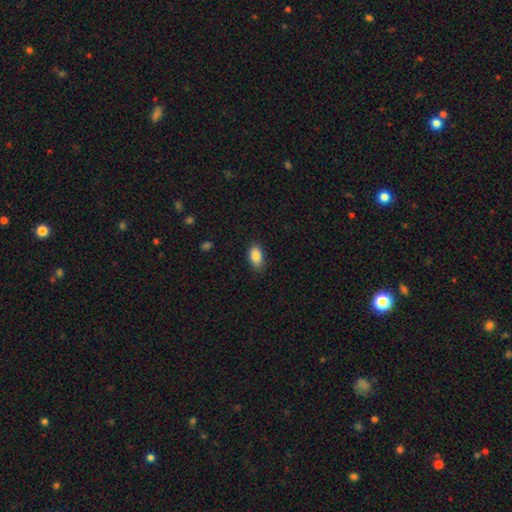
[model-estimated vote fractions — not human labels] Q: Smooth or featured?
A: smooth (87%); runner-up: star or artifact (7%)
Q: How rounded?
A: in between (91%); runner-up: round (6%)
Q: Merging?
A: none (84%); runner-up: minor disturbance (13%)